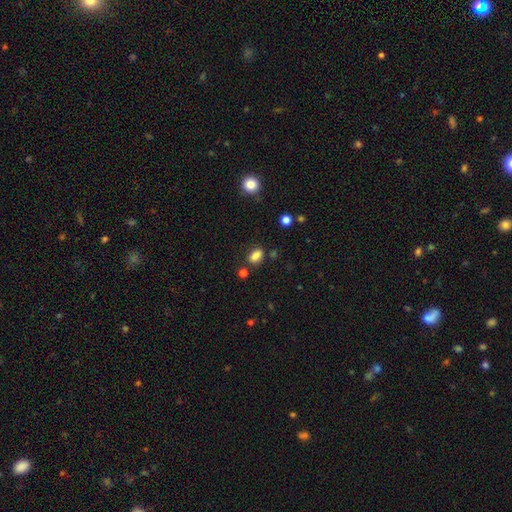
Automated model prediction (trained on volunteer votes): This appears to be a smooth galaxy with no disk features (84%) that is in between round and cigar-shaped (82%). Merging: none (77%).